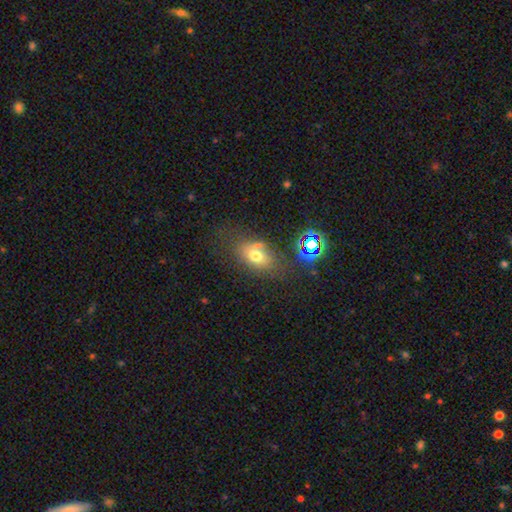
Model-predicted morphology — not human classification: smooth-or-featured: smooth: 65% | star or artifact: 17% | featured or disk: 17%
  how-rounded: in between: 77% | round: 21% | cigar-shaped: 3%
  merging: none: 60% | minor disturbance: 20% | major disturbance: 10% | merger: 10%